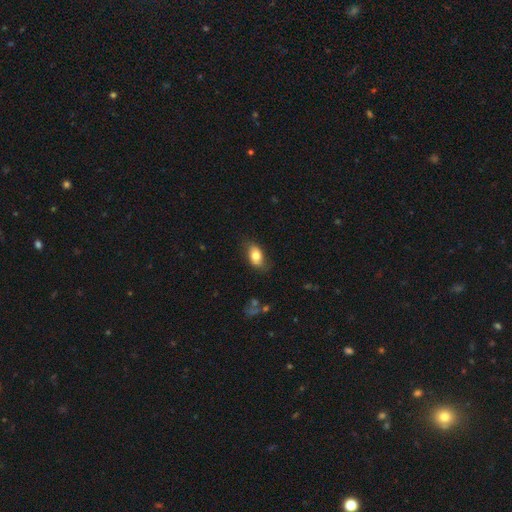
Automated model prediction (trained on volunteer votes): smooth-or-featured: smooth: 76% | featured or disk: 17% | star or artifact: 7%
  how-rounded: in between: 89% | round: 9% | cigar-shaped: 3%
  merging: none: 73% | minor disturbance: 20% | major disturbance: 5% | merger: 1%